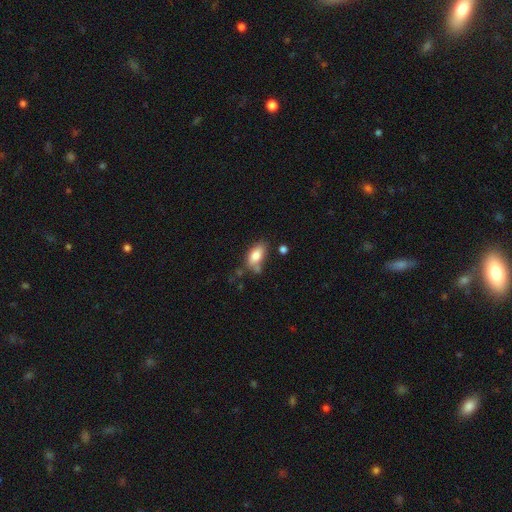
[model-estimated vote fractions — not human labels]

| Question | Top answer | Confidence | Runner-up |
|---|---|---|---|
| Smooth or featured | smooth | 80% | featured or disk (12%) |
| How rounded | in between | 90% | cigar-shaped (5%) |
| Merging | none | 52% | minor disturbance (27%) |